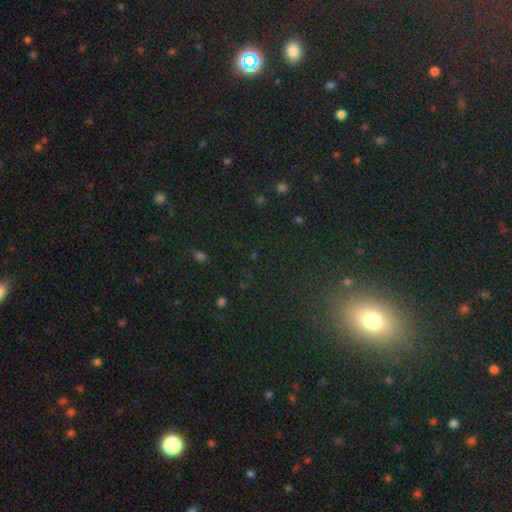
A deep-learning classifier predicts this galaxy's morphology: Smooth or featured?
  - smooth: 49% *
  - star or artifact: 41%
  - featured or disk: 10%
Merging?
  - none: 85% *
  - minor disturbance: 8%
  - major disturbance: 4%
  - merger: 3%